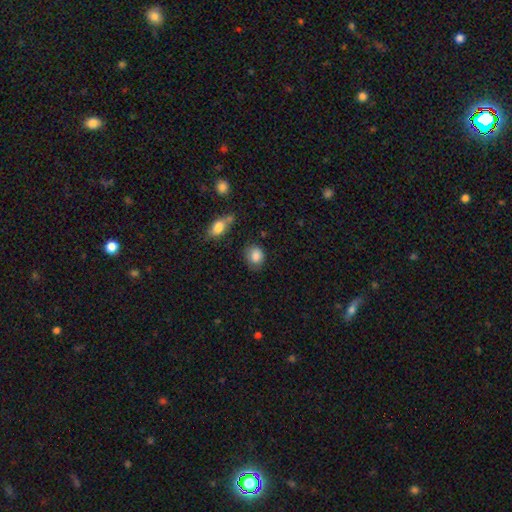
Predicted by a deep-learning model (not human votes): Smooth or featured?
  - smooth: 85% *
  - star or artifact: 9%
  - featured or disk: 6%
How rounded?
  - round: 56% *
  - in between: 42%
  - cigar-shaped: 1%
Merging?
  - none: 66% *
  - minor disturbance: 24%
  - major disturbance: 6%
  - merger: 3%